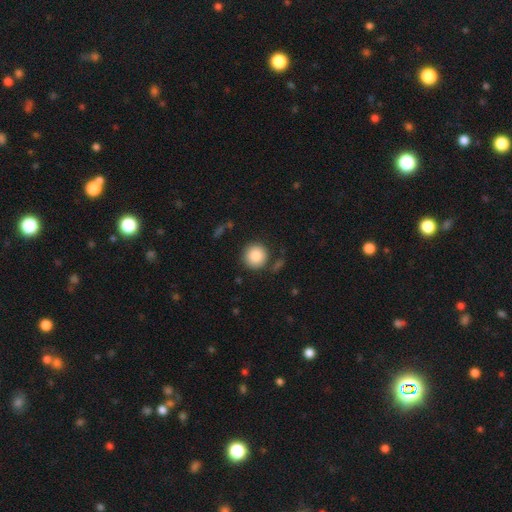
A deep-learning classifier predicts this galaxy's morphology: A smooth galaxy with no disk features (87%) that is round (94%).

Vote fractions:
- Smooth or featured? smooth: 87% / star or artifact: 8% / featured or disk: 5%
- How rounded? round: 94% / in between: 5% / cigar-shaped: 1%
- Merging? none: 84% / minor disturbance: 9% / merger: 4% / major disturbance: 3%